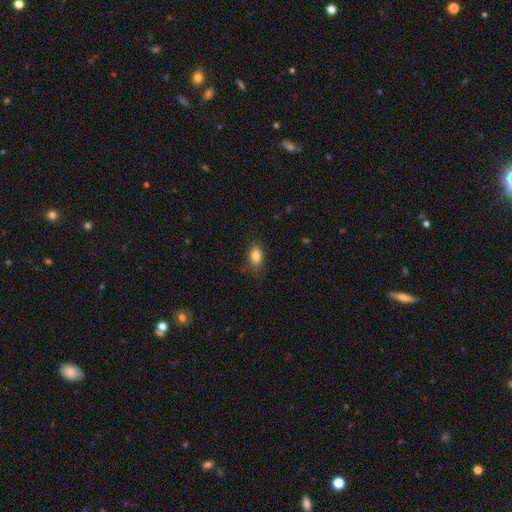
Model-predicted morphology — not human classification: This is clearly a smooth galaxy (84%). How rounded: clearly in between (85%). Merging: likely none (80%).